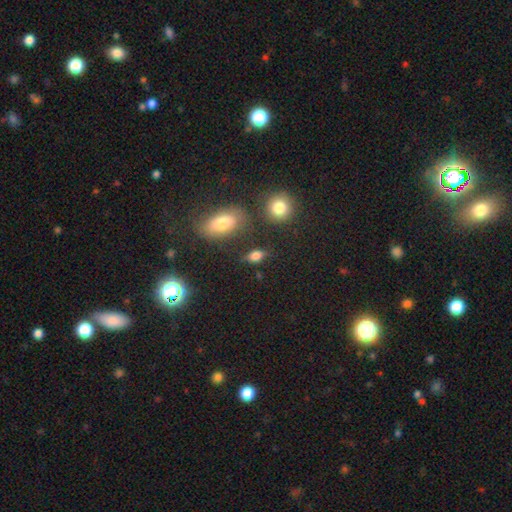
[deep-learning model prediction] smooth-or-featured: smooth: 75% | star or artifact: 13% | featured or disk: 12%
  how-rounded: in between: 75% | round: 19% | cigar-shaped: 6%
  merging: none: 70% | minor disturbance: 17% | merger: 7% | major disturbance: 7%